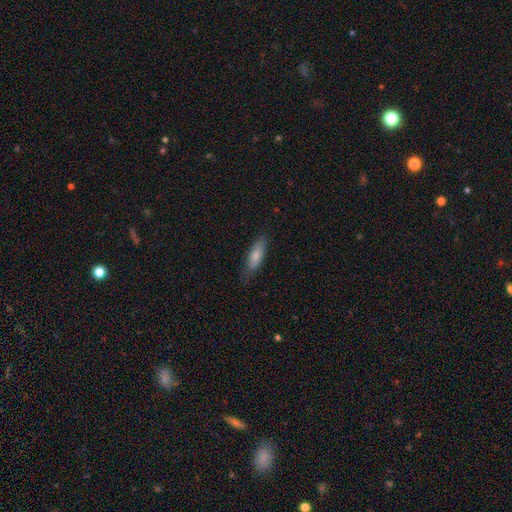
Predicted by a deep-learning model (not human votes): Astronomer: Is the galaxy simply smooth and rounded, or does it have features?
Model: smooth — 78%.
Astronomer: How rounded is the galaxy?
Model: in between — 50% (runner-up: cigar-shaped, 48%).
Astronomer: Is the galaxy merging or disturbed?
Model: none — 74%.